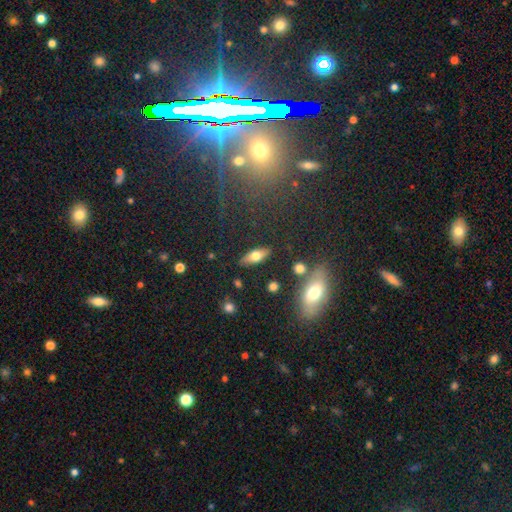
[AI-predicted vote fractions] Smooth or featured: smooth — 65% (featured or disk — 27%)
How rounded: in between — 71% (cigar-shaped — 25%)
Merging: none — 85% (minor disturbance — 10%)